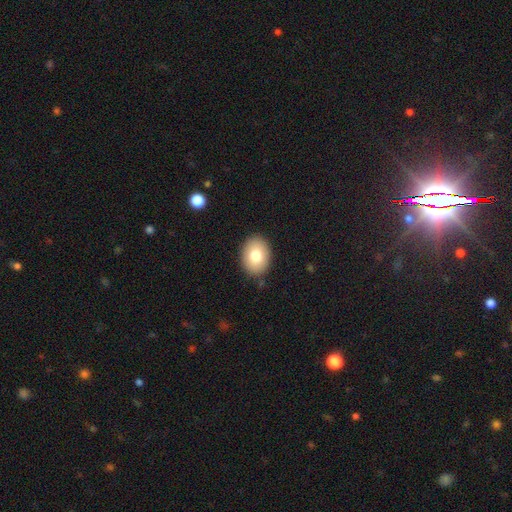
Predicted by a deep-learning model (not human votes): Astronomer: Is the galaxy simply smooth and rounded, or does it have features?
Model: smooth — 79%.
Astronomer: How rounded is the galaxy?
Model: in between — 72%.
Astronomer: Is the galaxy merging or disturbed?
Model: none — 87%.